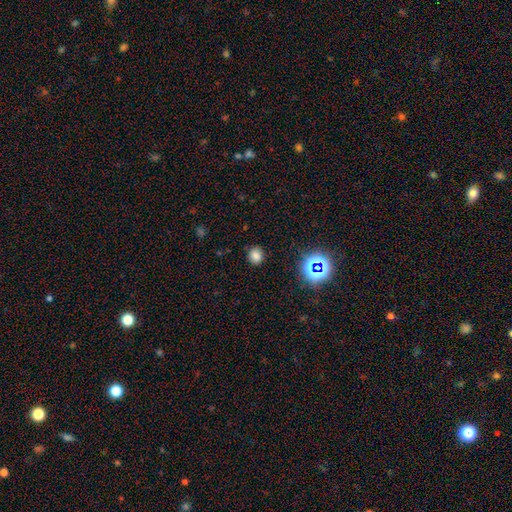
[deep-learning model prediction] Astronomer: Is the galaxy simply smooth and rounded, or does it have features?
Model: smooth — 75%.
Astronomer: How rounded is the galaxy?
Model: round — 72%.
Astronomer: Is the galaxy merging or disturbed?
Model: none — 86%.